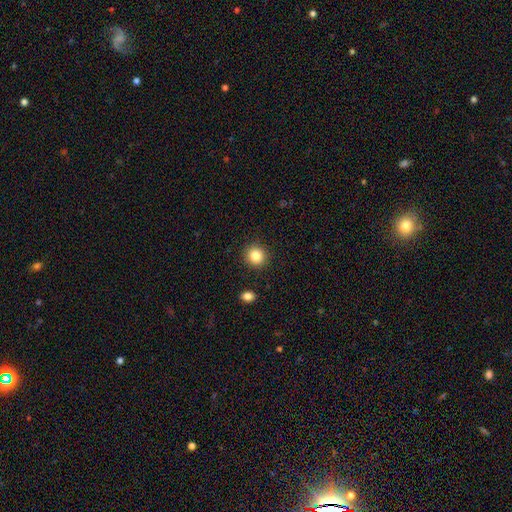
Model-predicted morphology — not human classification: A smooth galaxy with no disk features (85%) that is round (90%). Merging: none (90%).